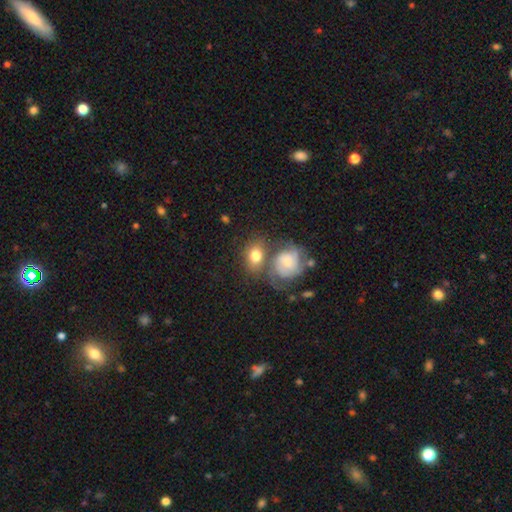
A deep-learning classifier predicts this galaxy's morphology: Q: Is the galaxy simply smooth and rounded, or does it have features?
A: smooth — 64%.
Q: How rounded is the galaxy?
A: in between — 60%.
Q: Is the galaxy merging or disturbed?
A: none — 43%.